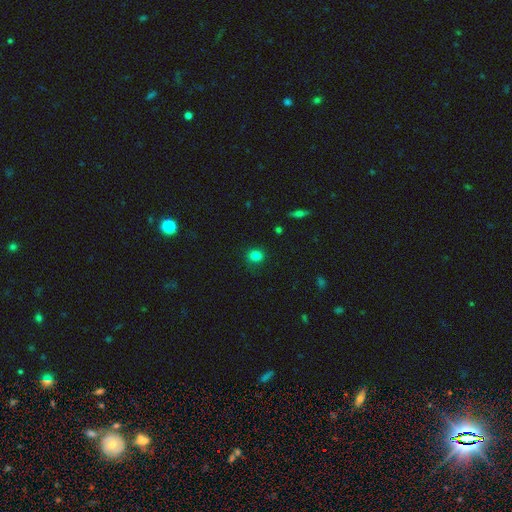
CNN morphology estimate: Smooth or featured? smooth (82%)
How rounded? round (74%)
Merging? none (84%)